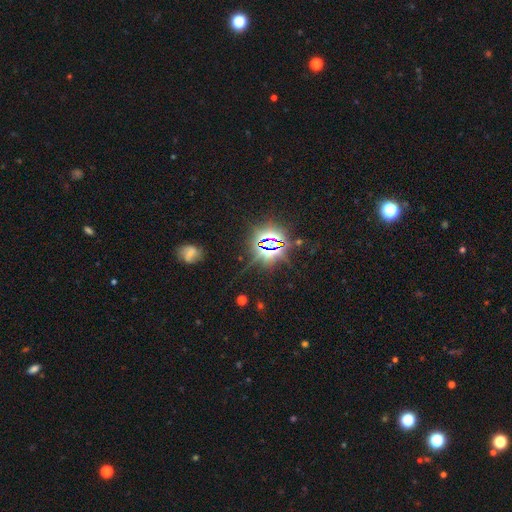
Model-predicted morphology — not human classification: Overall: star or artifact (82%).